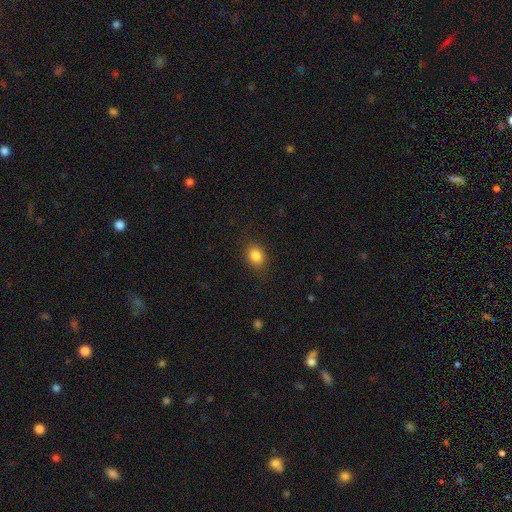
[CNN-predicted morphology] This appears to be a smooth galaxy with no disk features (84%) that is round (52%). Merging: none (85%).